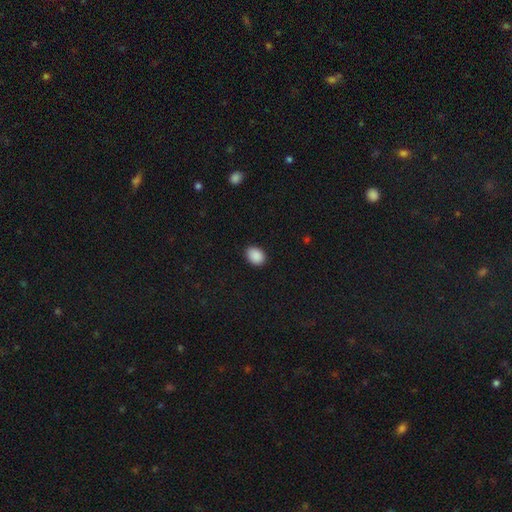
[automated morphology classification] smooth_or_featured: smooth (p=0.90) [alt: star or artifact p=0.08]
how_rounded: in between (p=0.69) [alt: round p=0.30]
merging: none (p=0.87) [alt: minor disturbance p=0.09]